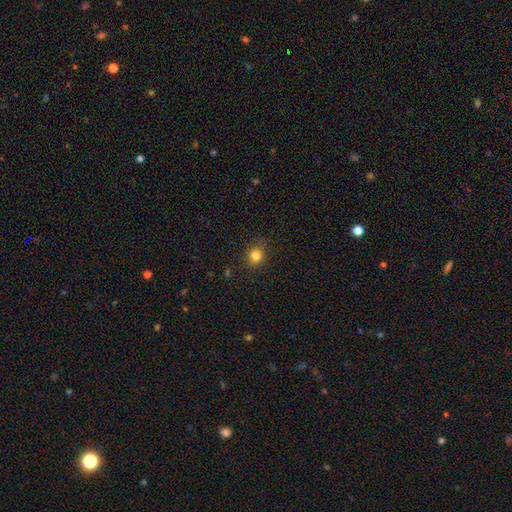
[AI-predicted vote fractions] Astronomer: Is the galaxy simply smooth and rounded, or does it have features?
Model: smooth — 82%.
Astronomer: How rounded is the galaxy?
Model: round — 82%.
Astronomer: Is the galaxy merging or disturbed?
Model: none — 88%.